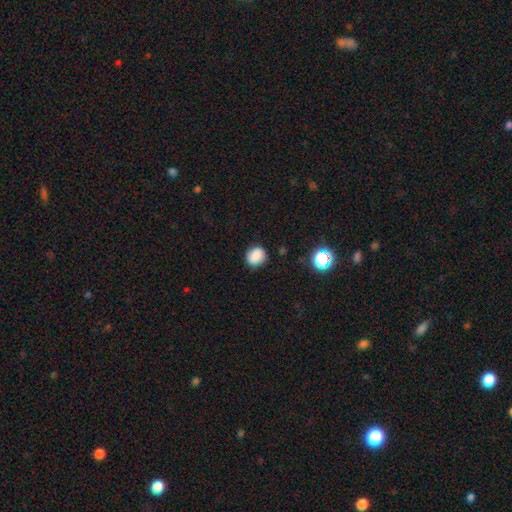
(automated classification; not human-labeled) Smooth or featured? Predicted: smooth (p=0.85). How rounded? Predicted: round (p=0.65). Merging? Predicted: none (p=0.83).